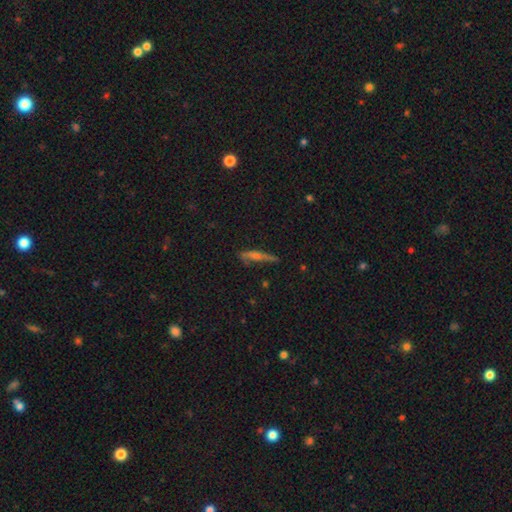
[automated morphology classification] Overall: featured or disk (45%; smooth 42%). Merging: none (65%).